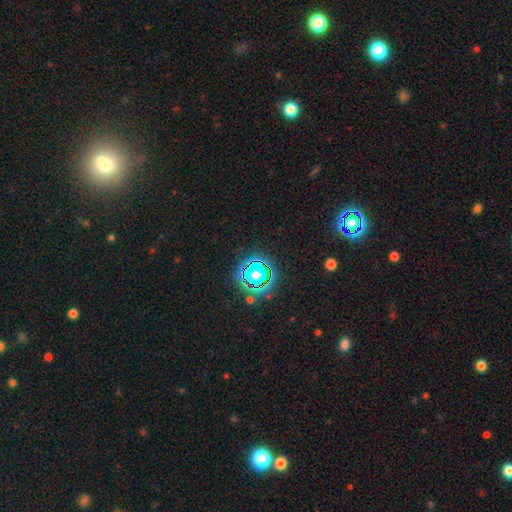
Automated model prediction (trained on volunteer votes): Smooth or featured?
  - star or artifact: 79% *
  - smooth: 13%
  - featured or disk: 8%